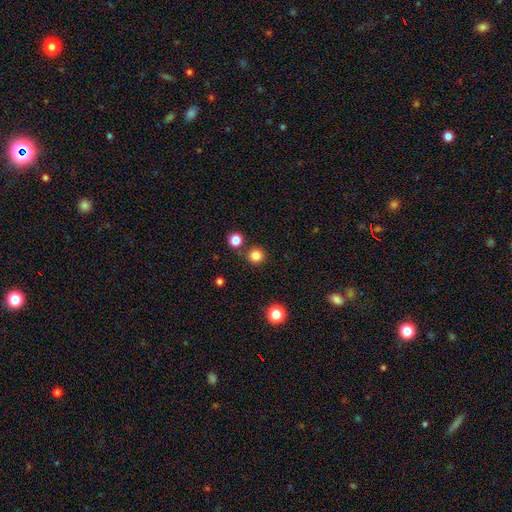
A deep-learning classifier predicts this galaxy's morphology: Smooth or featured? smooth (83%)
How rounded? round (95%)
Merging? none (86%)